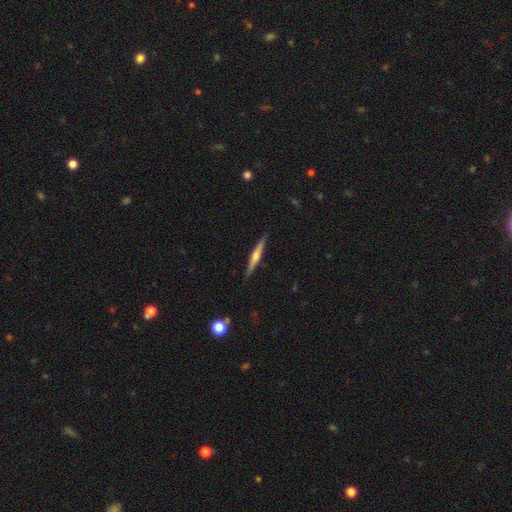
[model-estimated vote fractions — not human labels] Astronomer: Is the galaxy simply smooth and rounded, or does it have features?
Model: featured or disk — 59% (runner-up: smooth, 35%).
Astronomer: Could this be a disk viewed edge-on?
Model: yes — 98%.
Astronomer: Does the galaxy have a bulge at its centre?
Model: rounded — 70%.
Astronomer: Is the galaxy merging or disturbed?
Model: none — 90%.